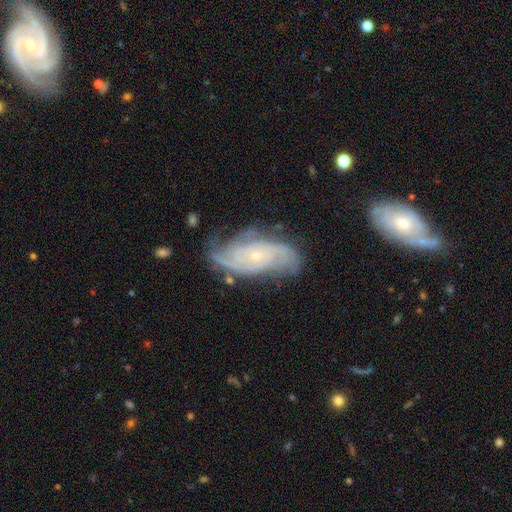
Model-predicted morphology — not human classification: Overall: featured or disk (85%). Edge-on disk: no (95%). Bar: no (74%). Spiral arms: yes (96%). Spiral arm count: 2 (30%; can't tell 26%). Spiral winding: tight (55%; medium 35%). Bulge size: small (82%). Merging: none (65%).